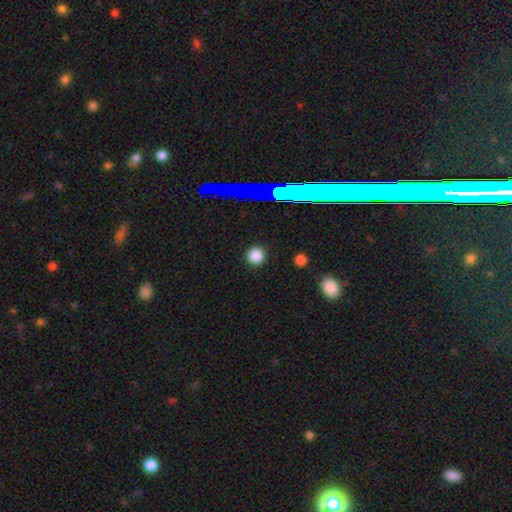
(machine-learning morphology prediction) This appears to be a smooth galaxy with no disk features (82%) that is round (94%). Merging: none (91%).